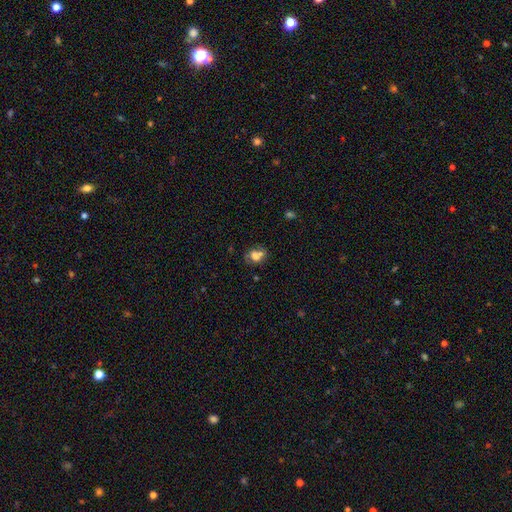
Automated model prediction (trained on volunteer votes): This is likely a smooth galaxy (62%). How rounded: possibly round (50%). Merging: possibly none (48%).